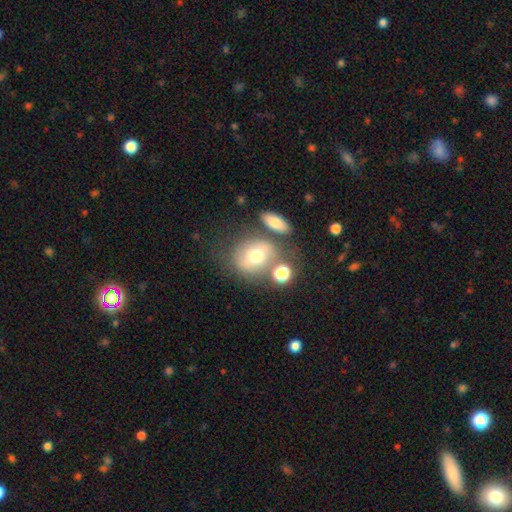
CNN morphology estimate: Smooth or featured: smooth — 62% (featured or disk — 27%)
How rounded: round — 59% (in between — 39%)
Merging: none — 54% (merger — 20%)